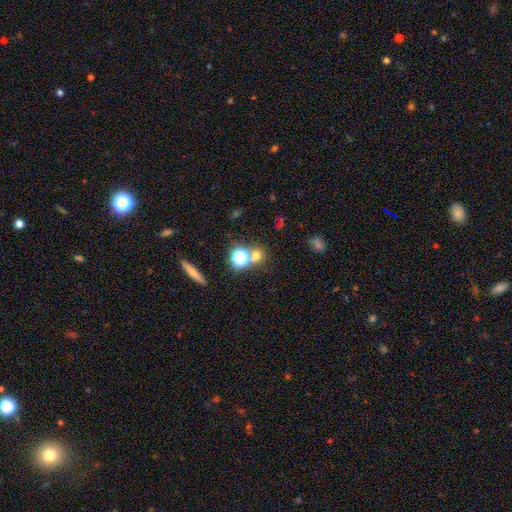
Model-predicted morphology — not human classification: type=smooth (63%); roundness=round (82%); merging=none (60%).